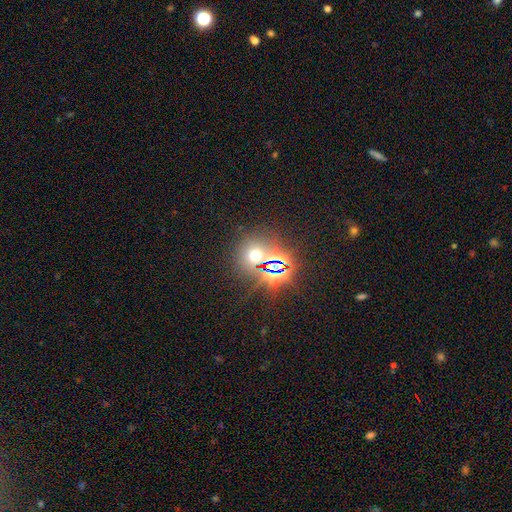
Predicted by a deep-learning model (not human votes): Overall: star or artifact (49%; smooth 42%).